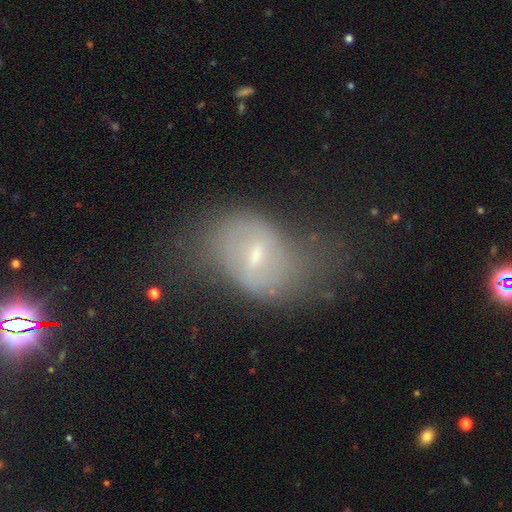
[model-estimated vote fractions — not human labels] Smooth or featured: featured or disk — 55% (smooth — 34%)
Edge-on disk: no — 89% (yes — 11%)
Merging: none — 44% (minor disturbance — 28%)